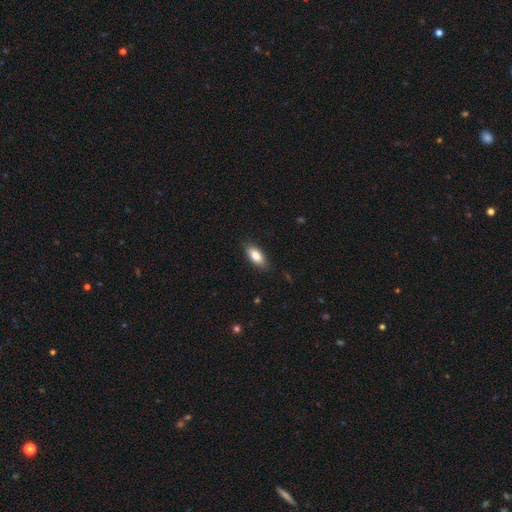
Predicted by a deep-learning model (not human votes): Overall: smooth (84%). How rounded: in between (85%). Merging: none (84%).